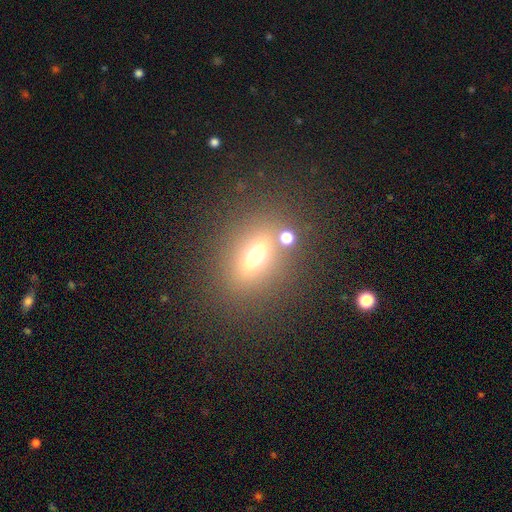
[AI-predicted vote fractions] The model was most divided on "how rounded": in between: 62%, round: 30%, cigar-shaped: 8%. More confident: merging — none (71%); smooth or featured — smooth (60%).